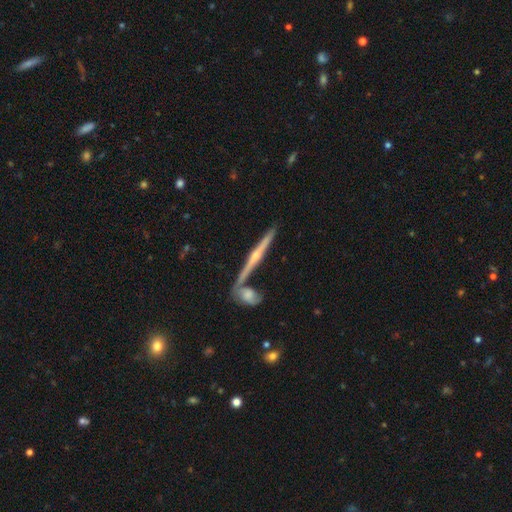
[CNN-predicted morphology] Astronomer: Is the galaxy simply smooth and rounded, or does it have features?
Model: featured or disk — 79%.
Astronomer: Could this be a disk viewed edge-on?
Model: yes — 98%.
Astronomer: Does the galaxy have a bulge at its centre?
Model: rounded — 85%.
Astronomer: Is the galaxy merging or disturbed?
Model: none — 78%.